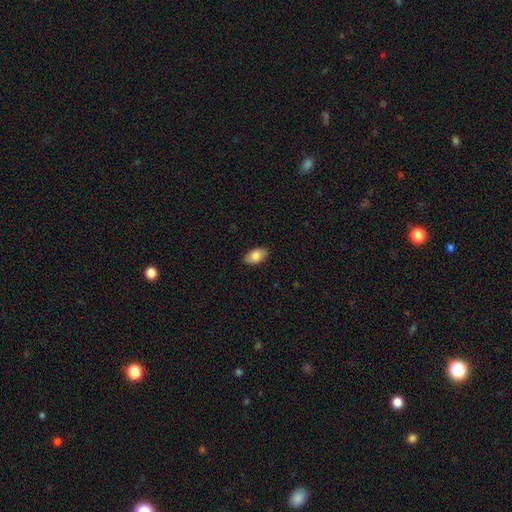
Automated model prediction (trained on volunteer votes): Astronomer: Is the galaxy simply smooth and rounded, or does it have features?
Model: smooth — 84%.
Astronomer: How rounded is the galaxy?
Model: in between — 94%.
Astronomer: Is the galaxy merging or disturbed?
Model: none — 89%.